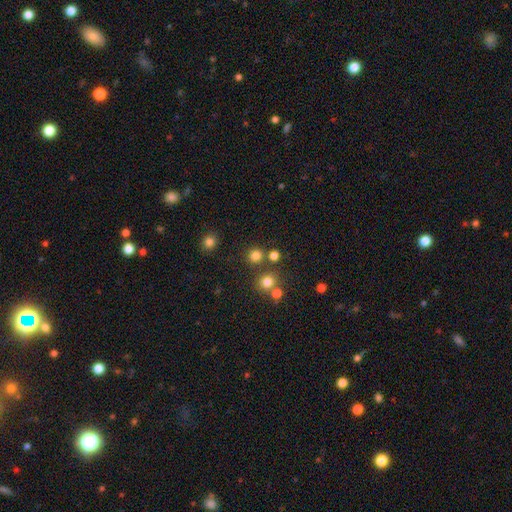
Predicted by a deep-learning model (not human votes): smooth-or-featured: smooth: 78% | star or artifact: 17% | featured or disk: 5%
  how-rounded: round: 92% | in between: 7% | cigar-shaped: 1%
  merging: none: 78% | merger: 12% | minor disturbance: 7% | major disturbance: 3%